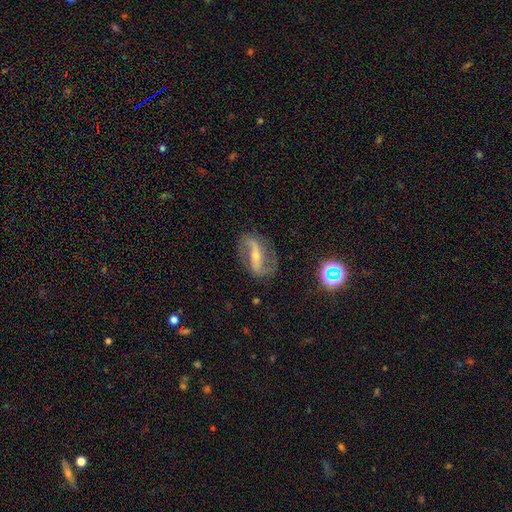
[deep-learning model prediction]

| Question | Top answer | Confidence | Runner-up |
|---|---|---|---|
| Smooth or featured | featured or disk | 86% | star or artifact (7%) |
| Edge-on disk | no | 94% | yes (6%) |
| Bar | strong | 59% | weak (25%) |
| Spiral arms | yes | 94% | no (6%) |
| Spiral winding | loose | 54% | medium (34%) |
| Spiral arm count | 2 | 92% | can't tell (3%) |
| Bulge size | small | 57% | moderate (39%) |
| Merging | none | 80% | minor disturbance (13%) |